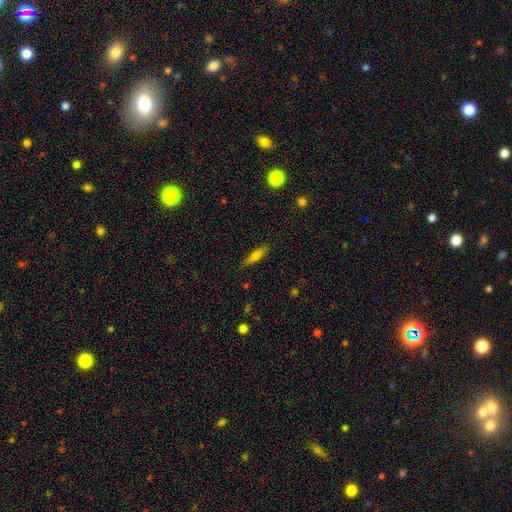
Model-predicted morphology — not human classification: Smooth or featured: smooth — 58% (featured or disk — 34%)
How rounded: cigar-shaped — 70% (in between — 27%)
Merging: none — 87% (minor disturbance — 10%)